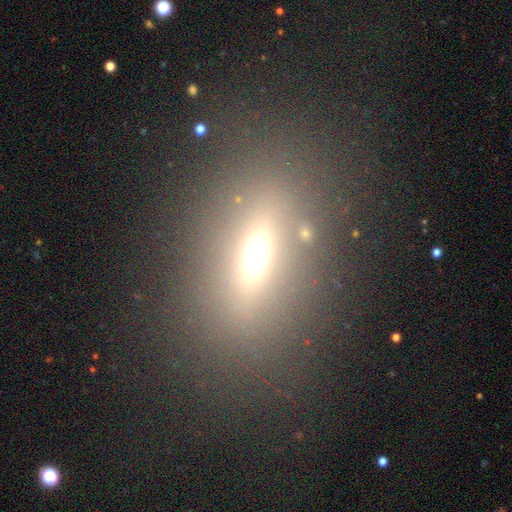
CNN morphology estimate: A smooth galaxy with no disk features (50%) that is in between round and cigar-shaped (72%).

Vote fractions:
- Smooth or featured? smooth: 50% / featured or disk: 27% / star or artifact: 23%
- How rounded? in between: 72% / cigar-shaped: 14% / round: 13%
- Merging? none: 80% / minor disturbance: 10% / major disturbance: 7% / merger: 4%